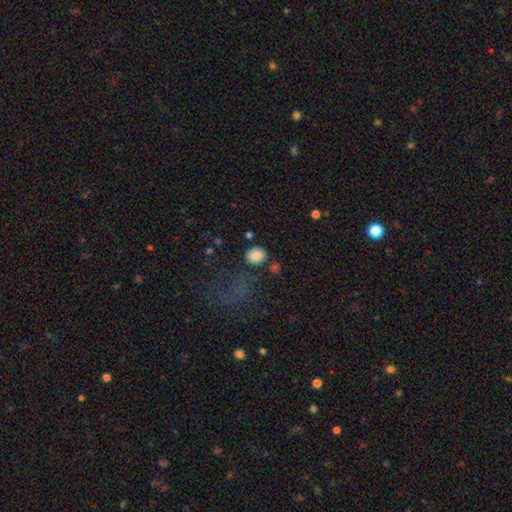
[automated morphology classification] Smooth or featured?
  - smooth: 86% *
  - star or artifact: 10%
  - featured or disk: 4%
How rounded?
  - round: 74% *
  - in between: 25%
  - cigar-shaped: 1%
Merging?
  - none: 80% *
  - minor disturbance: 10%
  - merger: 6%
  - major disturbance: 5%